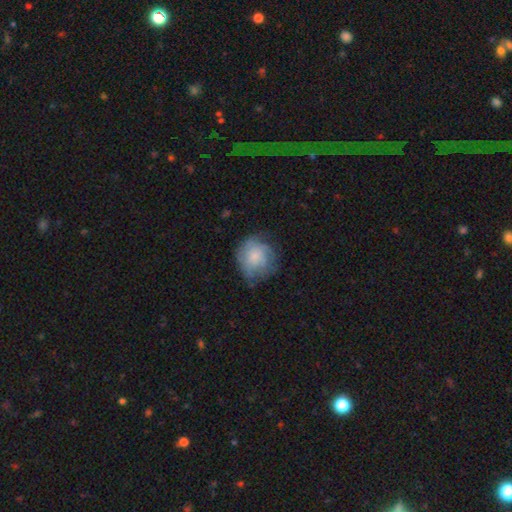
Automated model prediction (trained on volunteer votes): This appears to be a smooth galaxy with no disk features (66%) that is round (87%). Merging: none (58%).